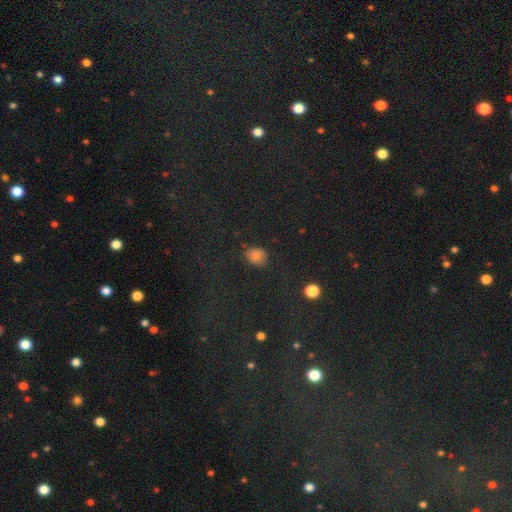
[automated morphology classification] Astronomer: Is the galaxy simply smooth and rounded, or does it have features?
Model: smooth — 69%.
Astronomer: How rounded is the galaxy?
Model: round — 58% (runner-up: in between, 40%).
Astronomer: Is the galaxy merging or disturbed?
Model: none — 80%.